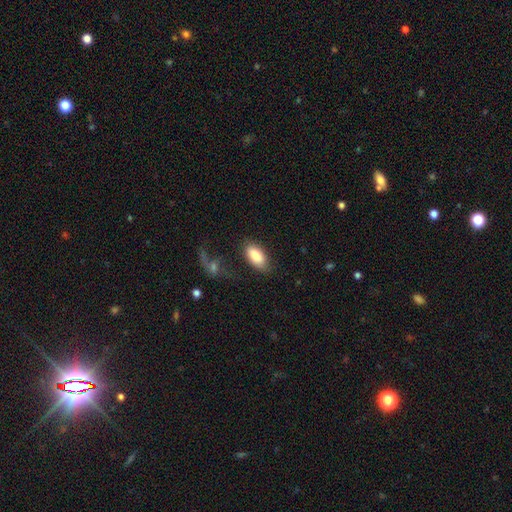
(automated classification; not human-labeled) smooth 84%, featured or disk 9%, star or artifact 7%. Down the decision tree: how rounded — in between (93%); merging — none (72%).